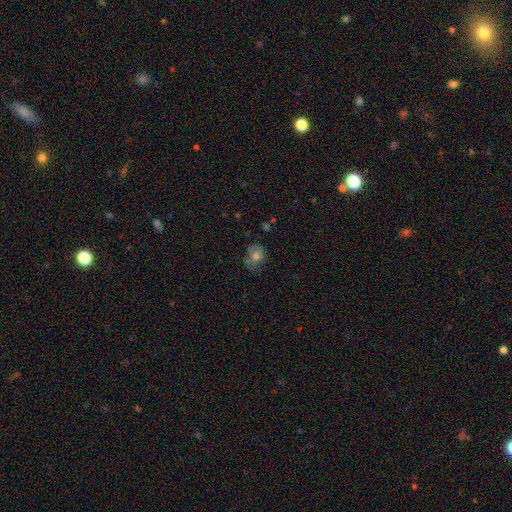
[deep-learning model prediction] Smooth or featured: smooth — 60% (featured or disk — 25%)
How rounded: round — 59% (in between — 40%)
Merging: none — 57% (minor disturbance — 27%)